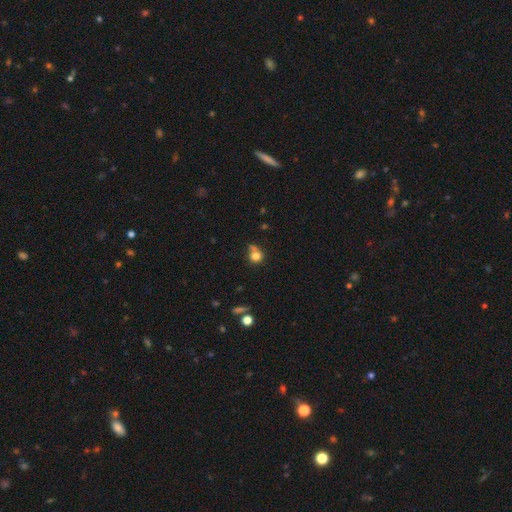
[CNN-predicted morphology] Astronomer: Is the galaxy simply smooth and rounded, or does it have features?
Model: smooth — 78%.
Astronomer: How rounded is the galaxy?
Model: round — 81%.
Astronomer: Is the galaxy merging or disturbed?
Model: none — 48% (runner-up: merger, 24%).